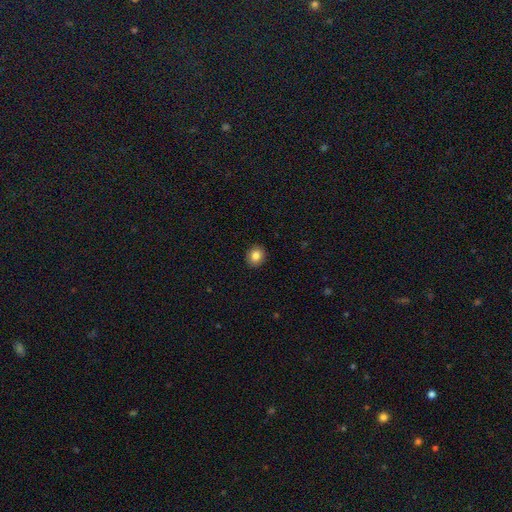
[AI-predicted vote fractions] Smooth or featured? Predicted: smooth (p=0.84). How rounded? Predicted: round (p=0.70). Merging? Predicted: none (p=0.91).